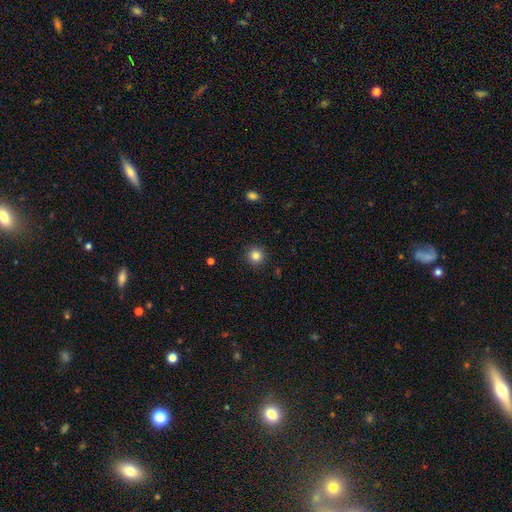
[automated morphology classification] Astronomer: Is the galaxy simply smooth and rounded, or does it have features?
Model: smooth — 84%.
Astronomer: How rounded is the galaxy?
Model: round — 95%.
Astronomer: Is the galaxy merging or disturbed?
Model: none — 92%.